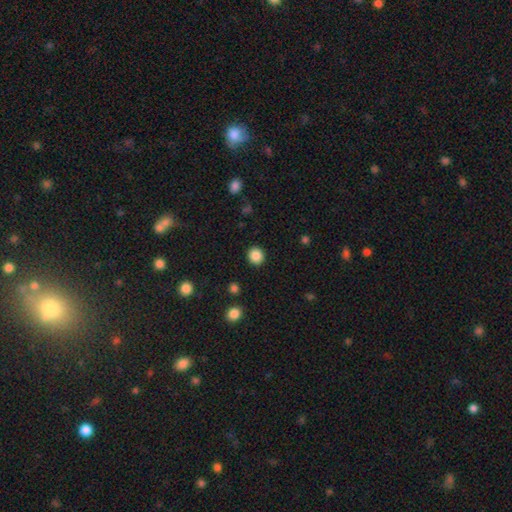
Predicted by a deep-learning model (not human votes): smooth-or-featured: smooth: 87% | star or artifact: 10% | featured or disk: 4%
  how-rounded: round: 85% | in between: 14% | cigar-shaped: 1%
  merging: none: 91% | minor disturbance: 5% | major disturbance: 2% | merger: 1%